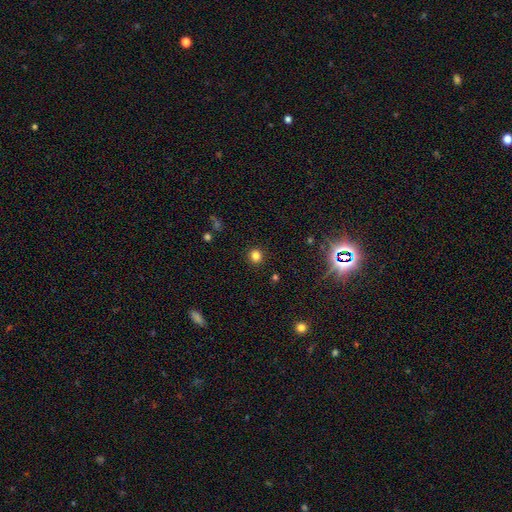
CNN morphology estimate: smooth-or-featured: smooth: 81% | star or artifact: 14% | featured or disk: 5%
  how-rounded: round: 92% | in between: 7% | cigar-shaped: 1%
  merging: none: 92% | minor disturbance: 5% | major disturbance: 2% | merger: 1%